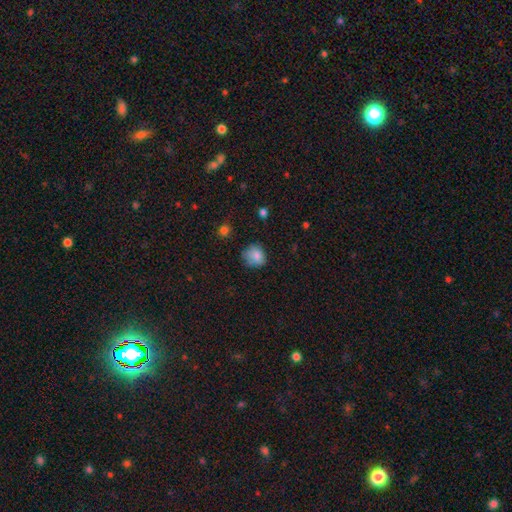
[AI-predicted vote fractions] smooth_or_featured: smooth (p=0.82) [alt: star or artifact p=0.10]
how_rounded: round (p=0.76) [alt: in between p=0.23]
merging: none (p=0.65) [alt: minor disturbance p=0.26]